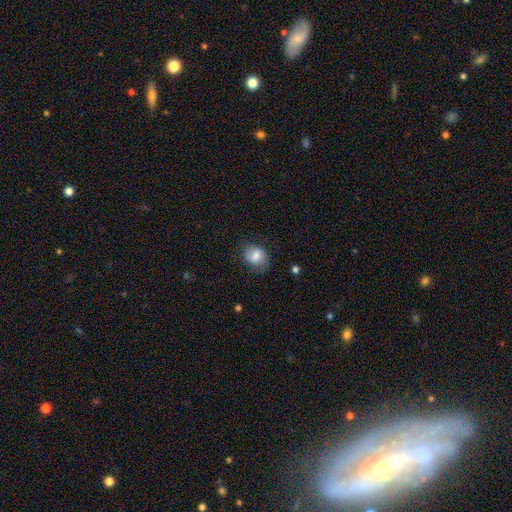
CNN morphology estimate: Q: Smooth or featured?
A: smooth (78%); runner-up: featured or disk (13%)
Q: How rounded?
A: in between (52%); runner-up: round (47%)
Q: Merging?
A: none (70%); runner-up: minor disturbance (22%)